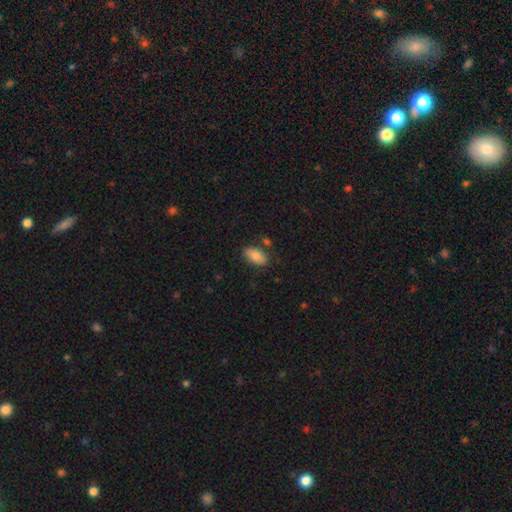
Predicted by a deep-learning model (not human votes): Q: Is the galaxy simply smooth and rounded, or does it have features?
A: smooth — 82%.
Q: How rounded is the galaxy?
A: in between — 93%.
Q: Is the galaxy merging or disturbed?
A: none — 78%.